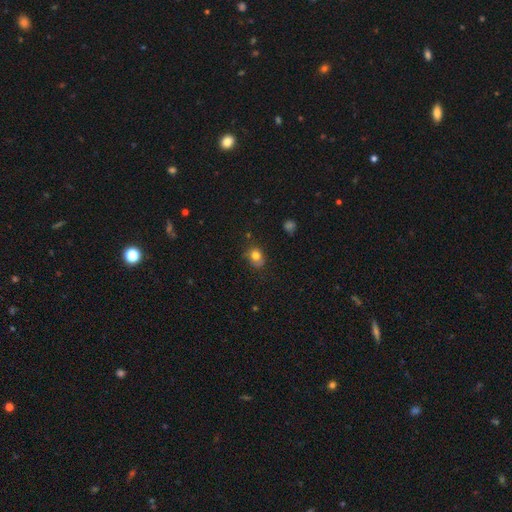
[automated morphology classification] Overall: smooth (77%). How rounded: round (53%; in between 46%). Merging: none (59%; minor disturbance 29%).